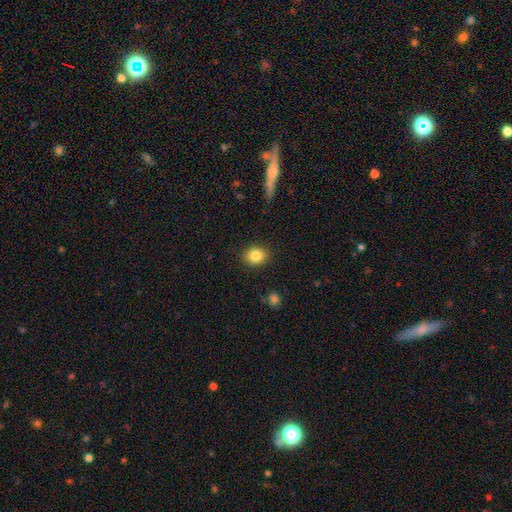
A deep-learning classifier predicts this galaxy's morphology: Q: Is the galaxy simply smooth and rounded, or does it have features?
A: smooth — 84%.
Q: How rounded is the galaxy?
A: round — 61%.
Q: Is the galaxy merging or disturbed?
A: none — 89%.